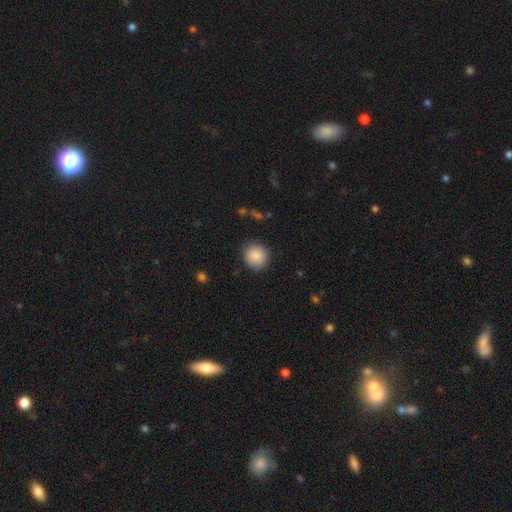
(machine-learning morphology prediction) A smooth galaxy with no disk features (87%) that is round (91%).

Vote fractions:
- Smooth or featured? smooth: 87% / star or artifact: 8% / featured or disk: 5%
- How rounded? round: 91% / in between: 8% / cigar-shaped: 1%
- Merging? none: 87% / minor disturbance: 9% / major disturbance: 3% / merger: 1%